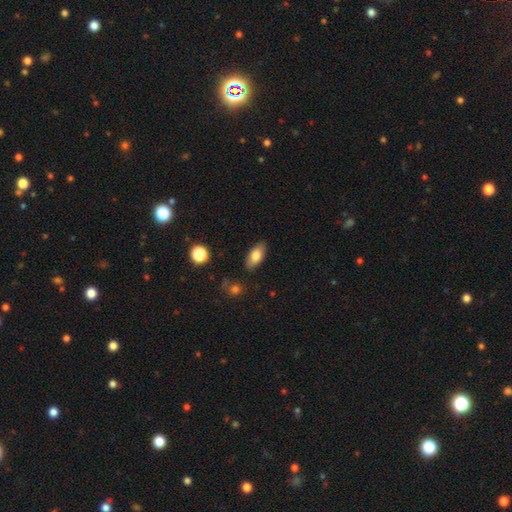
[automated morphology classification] A smooth galaxy with no disk features (79%) that is in between round and cigar-shaped (89%).

Vote fractions:
- Smooth or featured? smooth: 79% / featured or disk: 14% / star or artifact: 8%
- How rounded? in between: 89% / cigar-shaped: 7% / round: 3%
- Merging? none: 86% / minor disturbance: 10% / major disturbance: 2% / merger: 2%